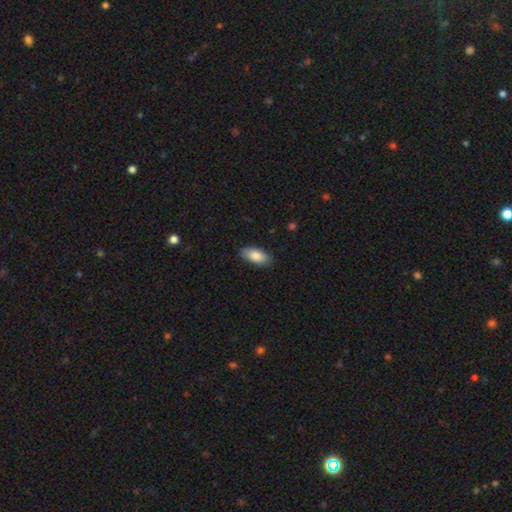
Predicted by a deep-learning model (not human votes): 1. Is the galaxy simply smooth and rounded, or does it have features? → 85% smooth, 9% featured or disk, 6% star or artifact.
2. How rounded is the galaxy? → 90% in between, 8% cigar-shaped, 2% round.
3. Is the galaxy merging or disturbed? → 85% none, 12% minor disturbance, 2% major disturbance, 1% merger.